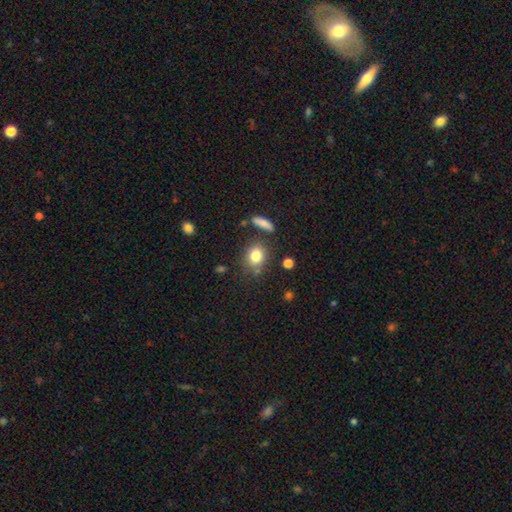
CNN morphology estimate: Smooth or featured?
  - smooth: 81% *
  - star or artifact: 10%
  - featured or disk: 8%
How rounded?
  - round: 68% *
  - in between: 30%
  - cigar-shaped: 2%
Merging?
  - none: 74% *
  - minor disturbance: 13%
  - merger: 9%
  - major disturbance: 4%